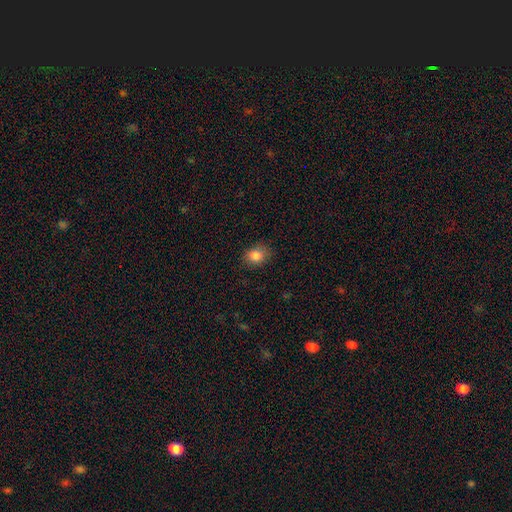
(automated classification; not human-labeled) Overall: smooth (84%). How rounded: in between (50%; round 49%). Merging: none (82%).